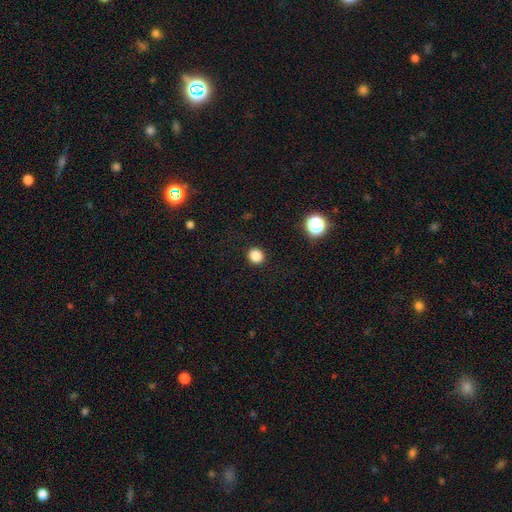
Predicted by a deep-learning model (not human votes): smooth 85%, star or artifact 12%, featured or disk 3%. Down the decision tree: how rounded — round (86%); merging — none (92%).